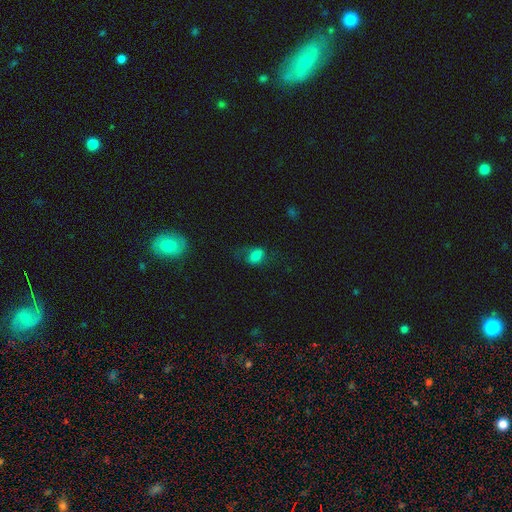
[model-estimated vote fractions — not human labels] smooth_or_featured: smooth (p=0.70) [alt: featured or disk p=0.18]
how_rounded: in between (p=0.80) [alt: round p=0.17]
merging: none (p=0.44) [alt: major disturbance p=0.29]